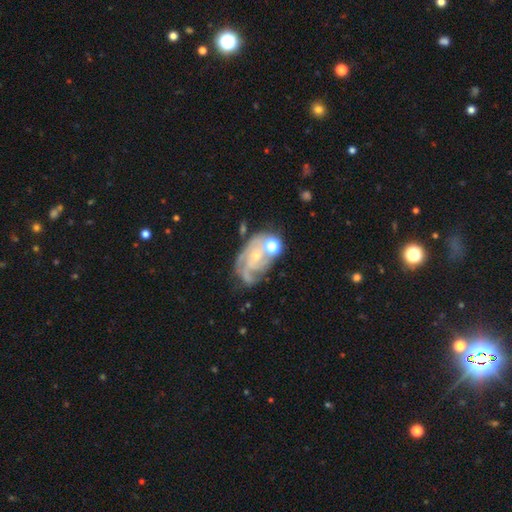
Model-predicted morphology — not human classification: smooth_or_featured: featured or disk (p=0.79) [alt: smooth p=0.13]
disk_edge_on: no (p=0.97) [alt: yes p=0.03]
bar: no (p=0.72) [alt: weak p=0.23]
has_spiral_arms: yes (p=0.90) [alt: no p=0.10]
spiral_winding: tight (p=0.52) [alt: medium p=0.36]
spiral_arm_count: can't tell (p=0.31) [alt: 3 p=0.29]
bulge_size: small (p=0.69) [alt: moderate p=0.24]
merging: none (p=0.45) [alt: minor disturbance p=0.22]